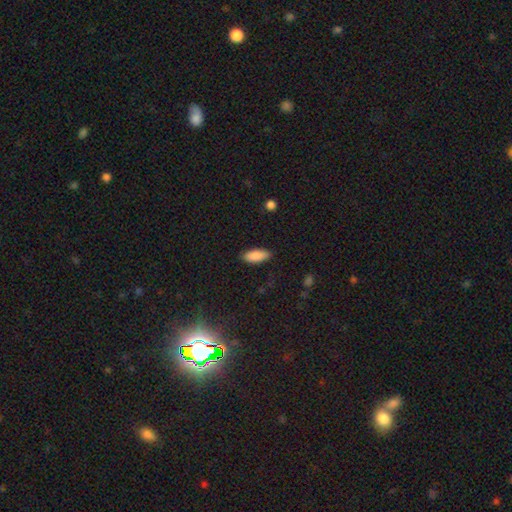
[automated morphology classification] Overall: smooth (88%). How rounded: in between (80%). Merging: none (87%).